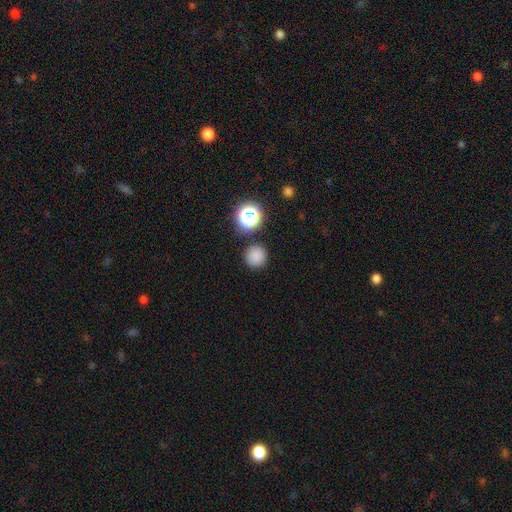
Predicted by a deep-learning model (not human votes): smooth 80%, star or artifact 16%, featured or disk 5%. Down the decision tree: how rounded — round (95%); merging — none (87%).